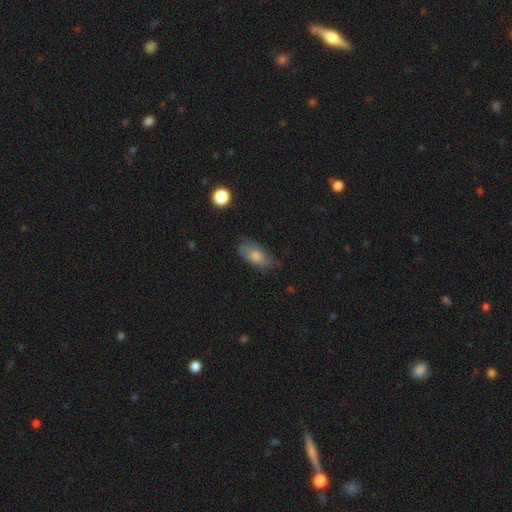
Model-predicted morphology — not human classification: smooth_or_featured: smooth (p=0.74) [alt: featured or disk p=0.19]
how_rounded: in between (p=0.89) [alt: cigar-shaped p=0.08]
merging: none (p=0.67) [alt: minor disturbance p=0.25]